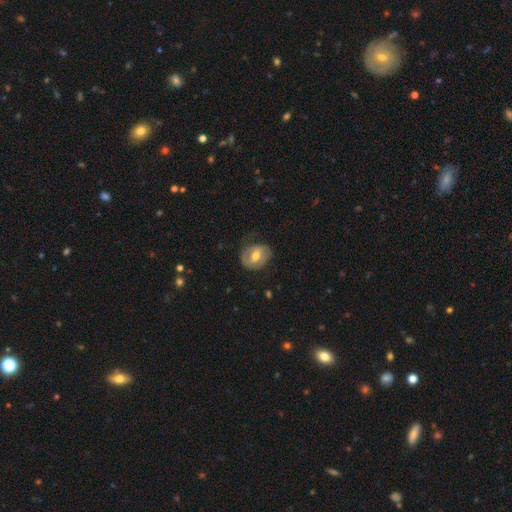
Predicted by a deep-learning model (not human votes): Smooth or featured?
  - featured or disk: 53% *
  - smooth: 40%
  - star or artifact: 6%
Edge-on disk?
  - no: 95% *
  - yes: 5%
Bar?
  - weak: 44% *
  - strong: 29%
  - no: 27%
Spiral arms?
  - yes: 56% *
  - no: 44%
Bulge size?
  - moderate: 73% *
  - small: 15%
  - large: 10%
  - none: 1%
  - dominant: 1%
Merging?
  - none: 65% *
  - minor disturbance: 22%
  - major disturbance: 11%
  - merger: 1%